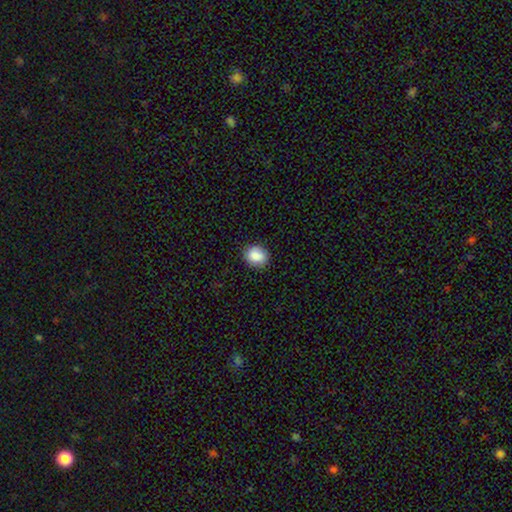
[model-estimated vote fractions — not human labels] Smooth or featured?
  - smooth: 87% *
  - star or artifact: 8%
  - featured or disk: 4%
How rounded?
  - round: 62% *
  - in between: 37%
  - cigar-shaped: 1%
Merging?
  - none: 86% *
  - minor disturbance: 10%
  - major disturbance: 2%
  - merger: 1%